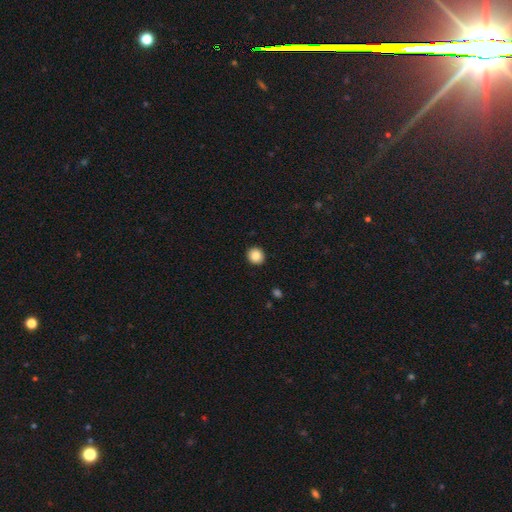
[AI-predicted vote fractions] Smooth or featured?
  - smooth: 86% *
  - star or artifact: 9%
  - featured or disk: 5%
How rounded?
  - round: 85% *
  - in between: 14%
  - cigar-shaped: 1%
Merging?
  - none: 92% *
  - minor disturbance: 5%
  - major disturbance: 2%
  - merger: 1%